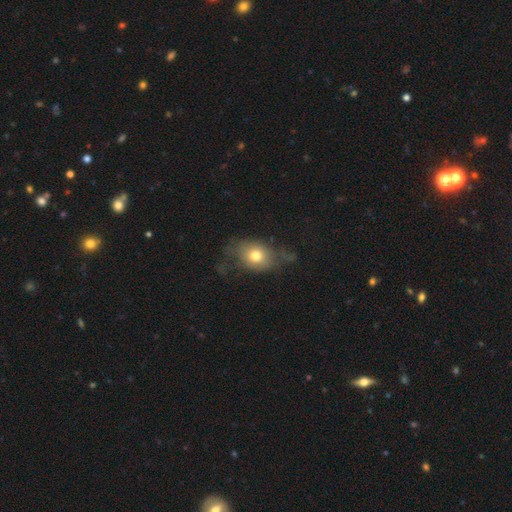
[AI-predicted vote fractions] smooth 66%, featured or disk 25%, star or artifact 10%. Down the decision tree: how rounded — in between (60%); merging — none (41%).